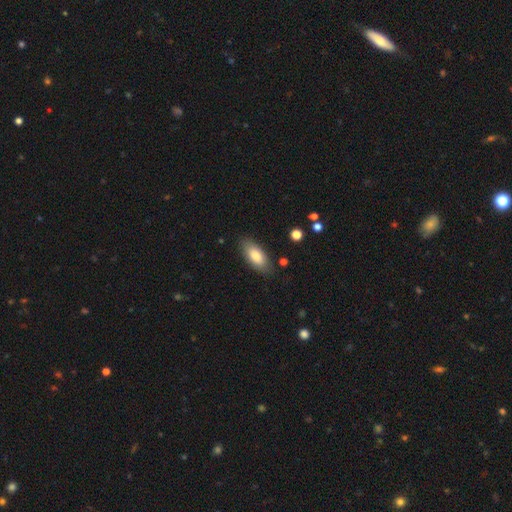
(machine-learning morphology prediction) This appears to be a smooth galaxy with no disk features (80%) that is in between round and cigar-shaped (86%). Merging: none (83%).